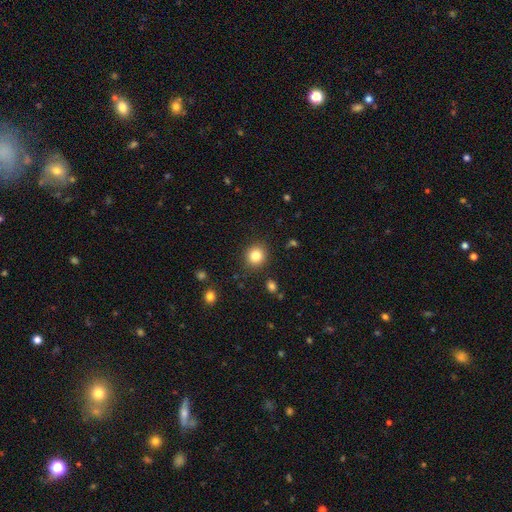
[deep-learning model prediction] Smooth or featured: smooth — 83% (star or artifact — 11%)
How rounded: round — 85% (in between — 14%)
Merging: none — 89% (minor disturbance — 7%)